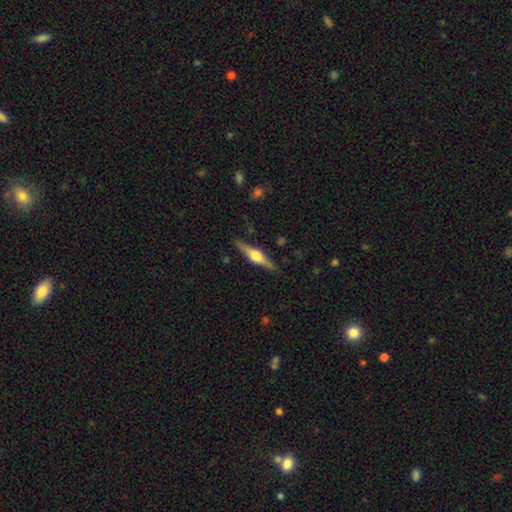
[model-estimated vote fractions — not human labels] Smooth or featured: featured or disk — 77% (smooth — 17%)
Edge-on disk: yes — 98% (no — 2%)
Edge-on bulge: rounded — 92% (boxy — 6%)
Merging: none — 89% (minor disturbance — 8%)